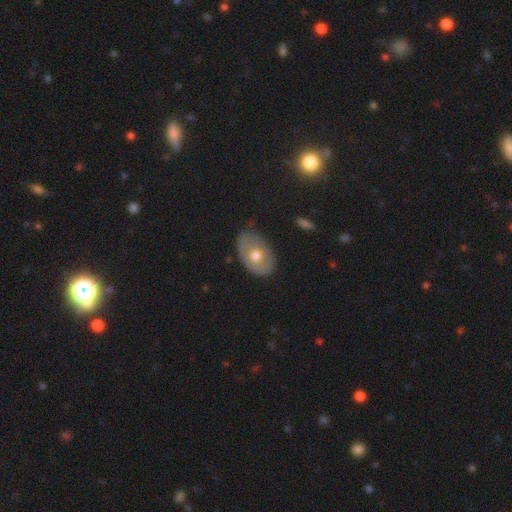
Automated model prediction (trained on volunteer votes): This appears to be a smooth galaxy with no disk features (55%) that is in between round and cigar-shaped (84%). Merging: none (66%).